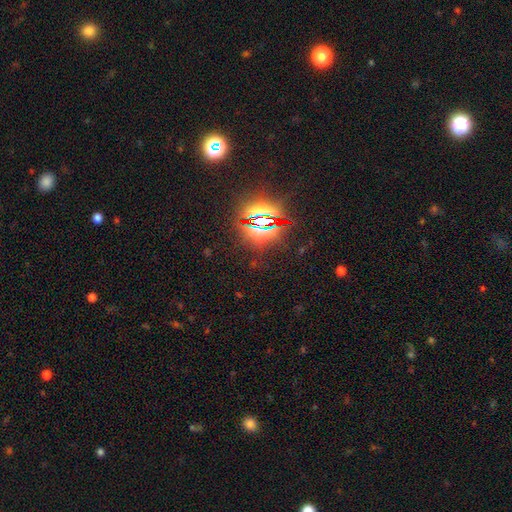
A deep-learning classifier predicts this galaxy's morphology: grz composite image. It shows a star or artifact, not a galaxy (82%).